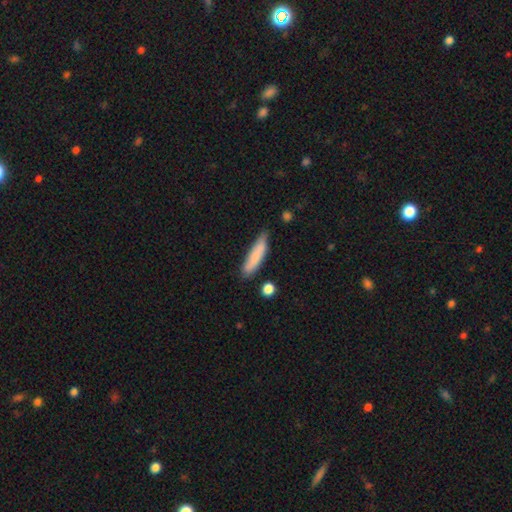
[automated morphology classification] type=smooth (79%); roundness=cigar-shaped (76%); merging=none (73%).